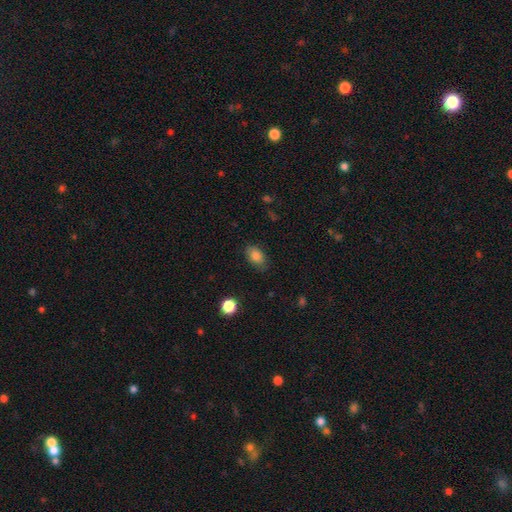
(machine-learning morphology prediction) Overall: smooth (85%). How rounded: in between (87%). Merging: none (80%).